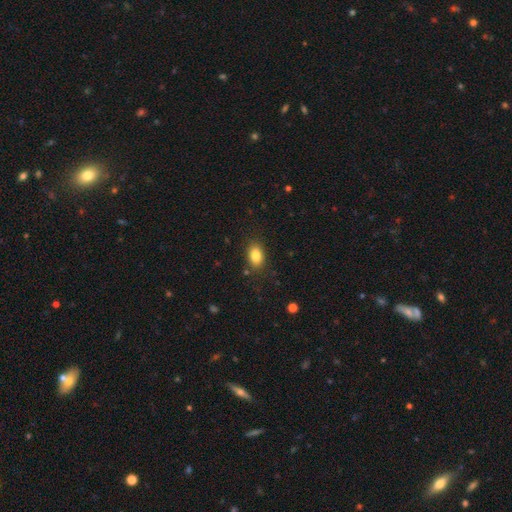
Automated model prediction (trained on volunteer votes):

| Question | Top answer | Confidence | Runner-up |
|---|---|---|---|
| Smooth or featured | smooth | 83% | star or artifact (9%) |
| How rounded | in between | 85% | round (14%) |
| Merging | none | 85% | minor disturbance (11%) |